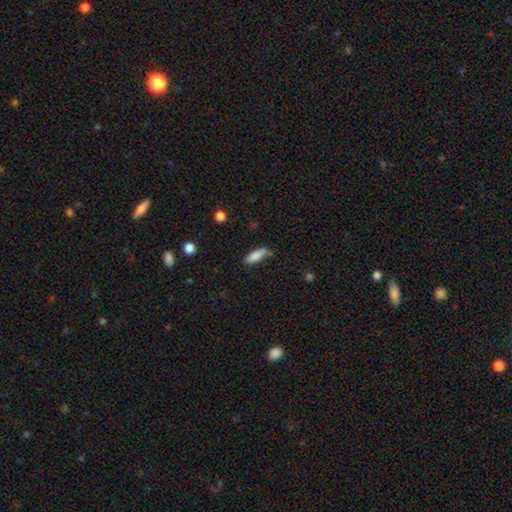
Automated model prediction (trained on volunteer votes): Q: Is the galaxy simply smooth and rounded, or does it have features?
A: smooth — 84%.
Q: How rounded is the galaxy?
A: in between — 56%.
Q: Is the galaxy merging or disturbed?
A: none — 67%.